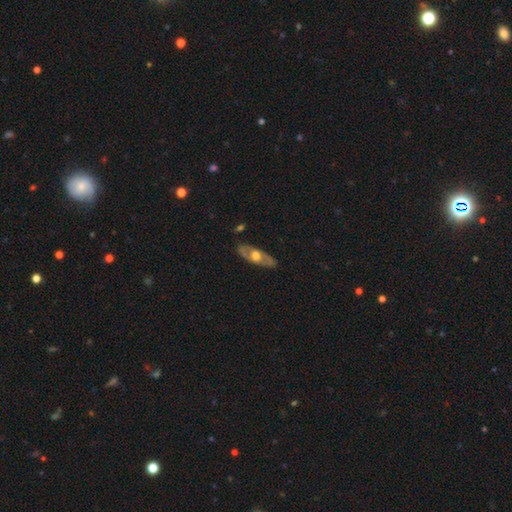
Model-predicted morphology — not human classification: Q: Smooth or featured?
A: featured or disk (58%); runner-up: smooth (37%)
Q: Edge-on disk?
A: no (63%); runner-up: yes (37%)
Q: Merging?
A: none (83%); runner-up: minor disturbance (13%)